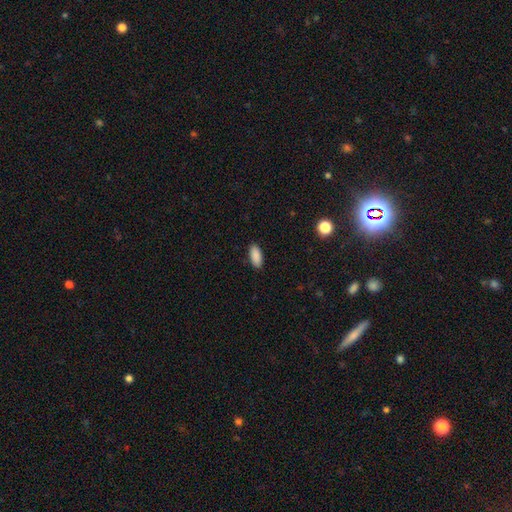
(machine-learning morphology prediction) Smooth or featured: smooth — 90% (star or artifact — 7%)
How rounded: in between — 87% (cigar-shaped — 11%)
Merging: none — 89% (minor disturbance — 8%)